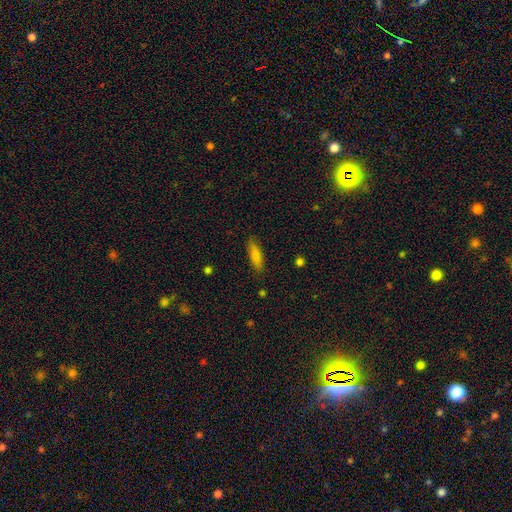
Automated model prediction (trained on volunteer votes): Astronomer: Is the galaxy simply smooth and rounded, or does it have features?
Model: smooth — 82%.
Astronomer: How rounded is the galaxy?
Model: cigar-shaped — 59% (runner-up: in between, 39%).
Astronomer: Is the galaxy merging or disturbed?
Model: none — 85%.